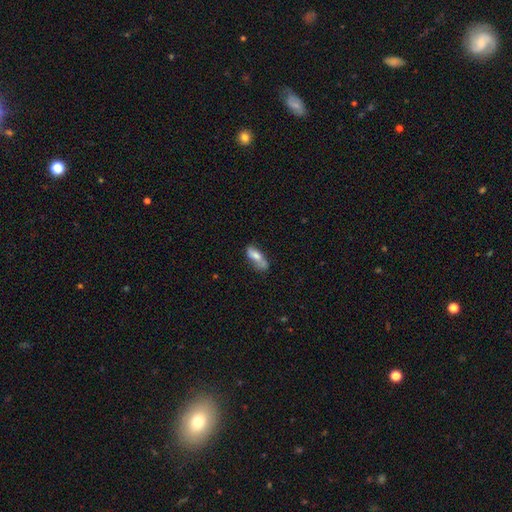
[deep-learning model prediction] Overall: smooth (68%). How rounded: in between (68%; cigar-shaped 29%). Merging: none (46%; minor disturbance 29%).